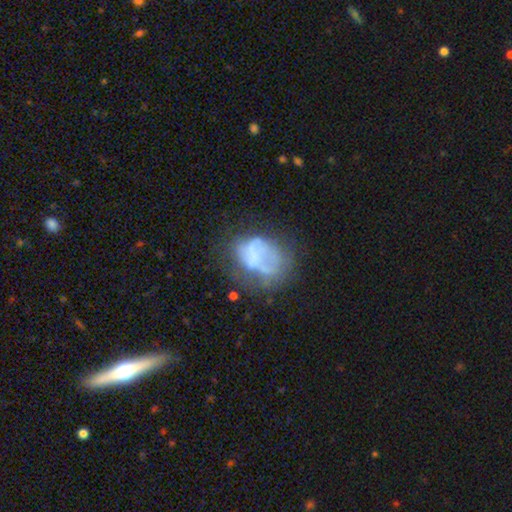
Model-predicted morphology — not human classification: The model was most divided on "merging" (2-way tie): major disturbance: 33%, none: 33%, minor disturbance: 24%, merger: 10%. Remaining: smooth or featured — featured or disk (47%).